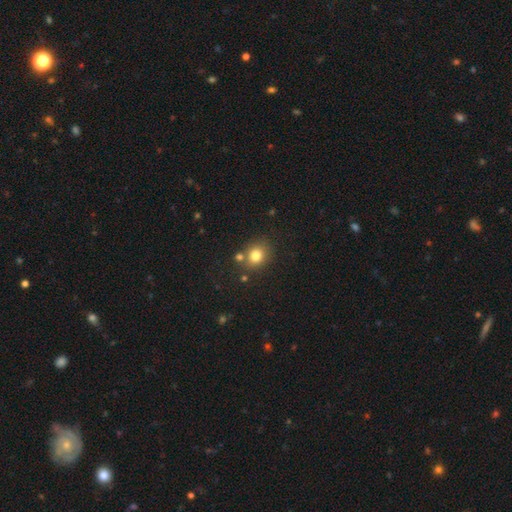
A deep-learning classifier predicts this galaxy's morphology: The model was most divided on "how rounded": round: 69%, in between: 30%, cigar-shaped: 1%. More confident: smooth or featured — smooth (79%); merging — none (72%).